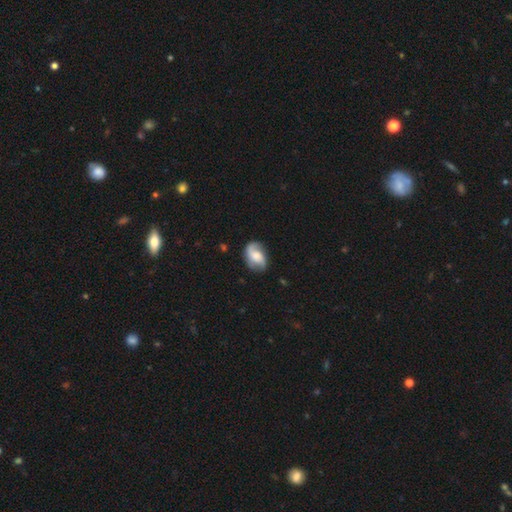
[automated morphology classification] featured or disk 63%, smooth 30%, star or artifact 7%. Down the decision tree: edge-on disk — no (97%); bar — no (58%); spiral arms — yes (92%); spiral arm count — 2 (78%); spiral winding — loose (43%); bulge size — moderate (45%); merging — none (70%).